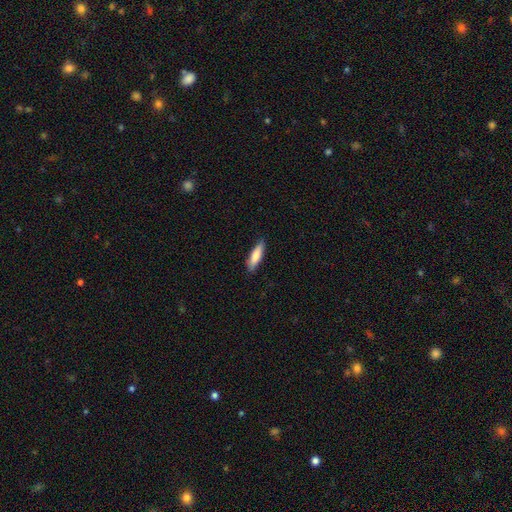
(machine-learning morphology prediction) Q: Smooth or featured?
A: smooth (81%); runner-up: featured or disk (13%)
Q: How rounded?
A: cigar-shaped (64%); runner-up: in between (35%)
Q: Merging?
A: none (85%); runner-up: minor disturbance (12%)